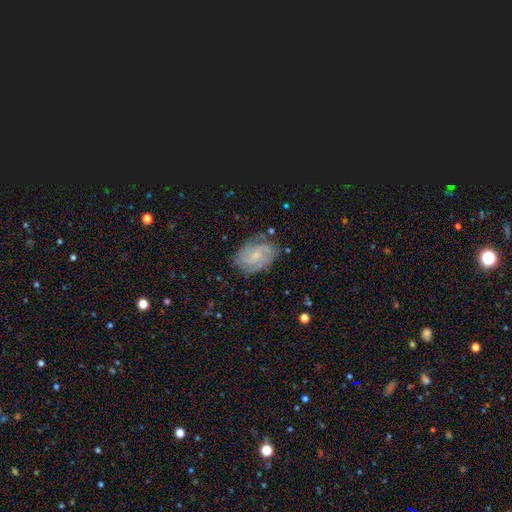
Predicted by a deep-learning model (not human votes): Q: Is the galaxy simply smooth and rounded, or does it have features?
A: featured or disk — 74%.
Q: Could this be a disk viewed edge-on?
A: no — 97%.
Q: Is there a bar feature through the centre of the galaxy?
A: no — 52%.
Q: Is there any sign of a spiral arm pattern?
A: yes — 94%.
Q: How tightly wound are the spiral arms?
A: tight — 55%.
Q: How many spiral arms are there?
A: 2 — 35%.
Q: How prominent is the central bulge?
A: small — 58%.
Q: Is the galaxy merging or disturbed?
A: none — 77%.